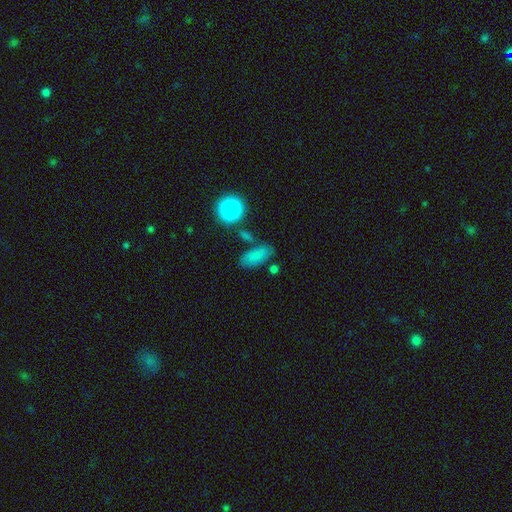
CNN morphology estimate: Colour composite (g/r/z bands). It shows a smooth galaxy with no disk features (78%) that is in between round and cigar-shaped (83%). Merging: none (70%).